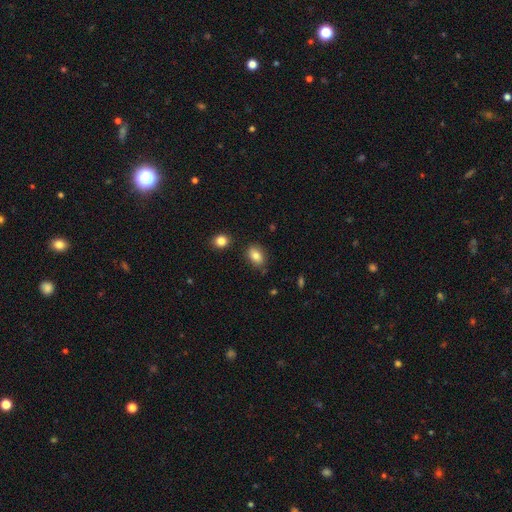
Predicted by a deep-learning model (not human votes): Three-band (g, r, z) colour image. It shows a smooth galaxy with no disk features (82%) that is in between round and cigar-shaped (82%). Merging: none (81%).